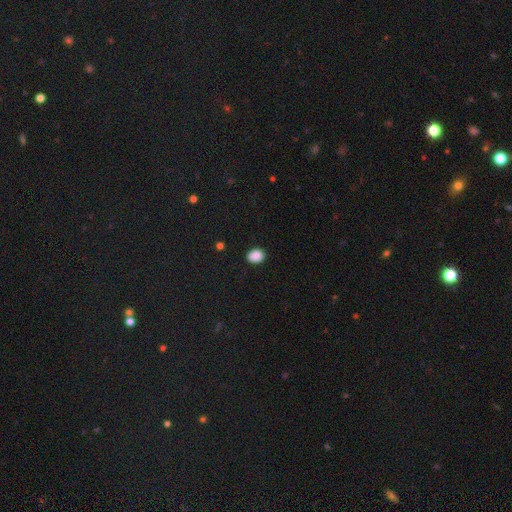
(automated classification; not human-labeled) Smooth or featured?
  - smooth: 87% *
  - star or artifact: 9%
  - featured or disk: 3%
How rounded?
  - in between: 50% *
  - round: 49%
  - cigar-shaped: 1%
Merging?
  - none: 84% *
  - minor disturbance: 12%
  - major disturbance: 2%
  - merger: 1%